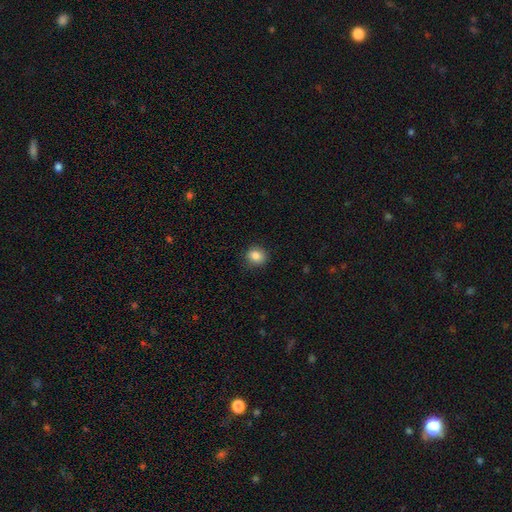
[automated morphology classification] Smooth or featured? Predicted: smooth (p=0.85). How rounded? Predicted: round (p=0.72). Merging? Predicted: none (p=0.86).